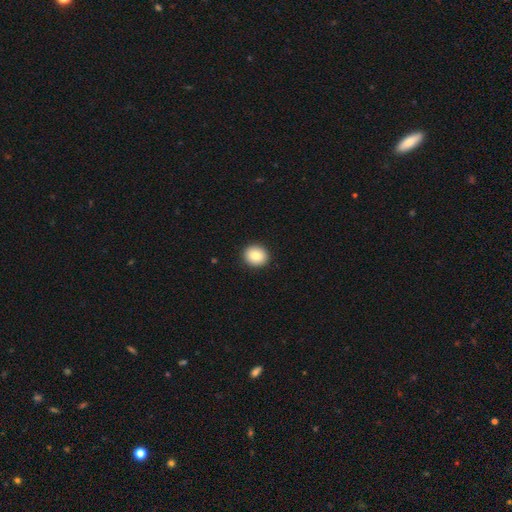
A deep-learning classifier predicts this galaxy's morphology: type=smooth (86%); roundness=round (72%); merging=none (92%).